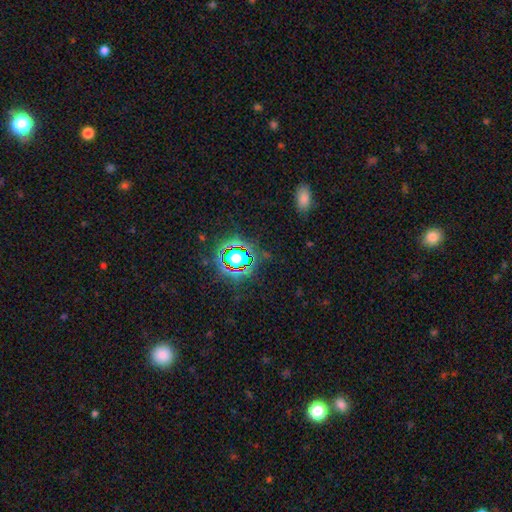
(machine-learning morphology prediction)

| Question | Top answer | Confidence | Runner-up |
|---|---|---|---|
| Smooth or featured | star or artifact | 75% | smooth (16%) |